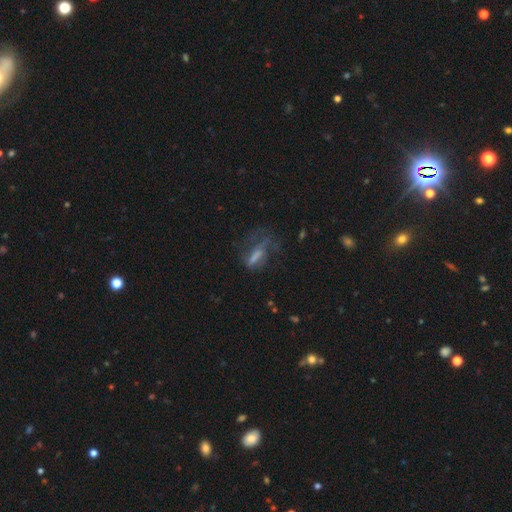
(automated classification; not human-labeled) Smooth or featured? Predicted: featured or disk (p=0.44). Merging? Predicted: none (p=0.40).